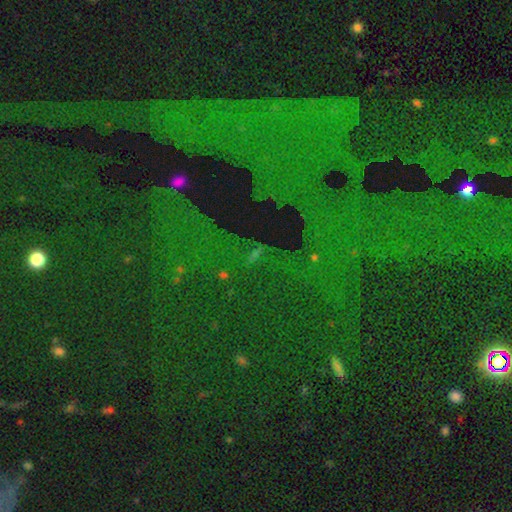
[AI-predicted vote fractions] Q: Smooth or featured?
A: star or artifact (77%); runner-up: smooth (14%)